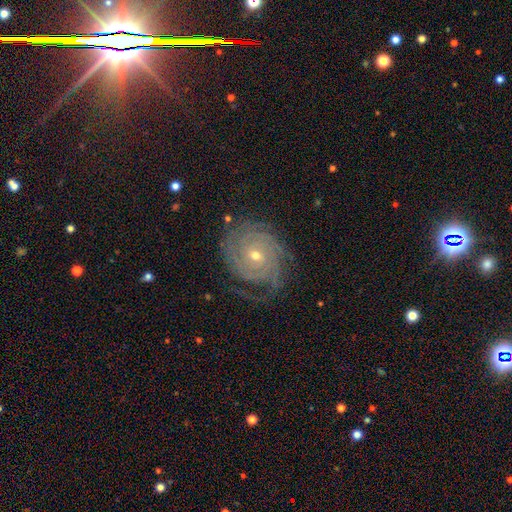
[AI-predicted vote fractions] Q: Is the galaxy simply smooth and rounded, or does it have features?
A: featured or disk — 87%.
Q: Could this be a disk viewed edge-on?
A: no — 97%.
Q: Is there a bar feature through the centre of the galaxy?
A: no — 70%.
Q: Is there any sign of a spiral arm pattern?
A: yes — 97%.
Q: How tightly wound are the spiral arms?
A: tight — 81%.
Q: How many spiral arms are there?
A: can't tell — 31%.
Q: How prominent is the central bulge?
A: small — 57%.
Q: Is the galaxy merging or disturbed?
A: none — 72%.